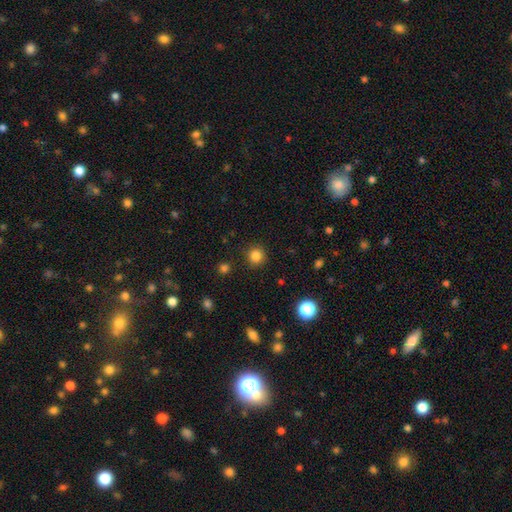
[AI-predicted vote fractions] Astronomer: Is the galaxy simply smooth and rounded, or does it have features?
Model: smooth — 83%.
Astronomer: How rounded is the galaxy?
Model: round — 94%.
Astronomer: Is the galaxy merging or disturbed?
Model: none — 90%.